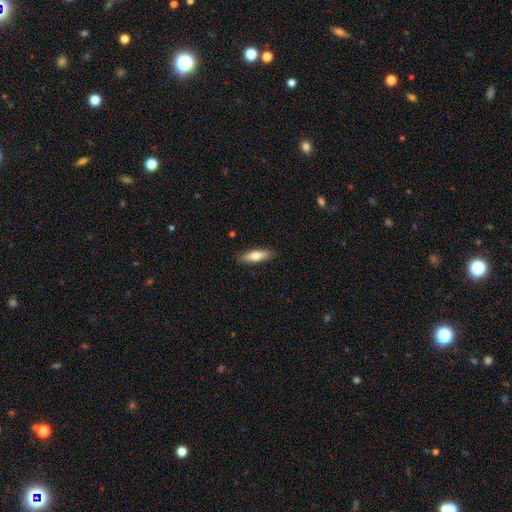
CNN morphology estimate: smooth 69%, featured or disk 25%, star or artifact 6%. Down the decision tree: how rounded — cigar-shaped (61%); merging — none (88%).